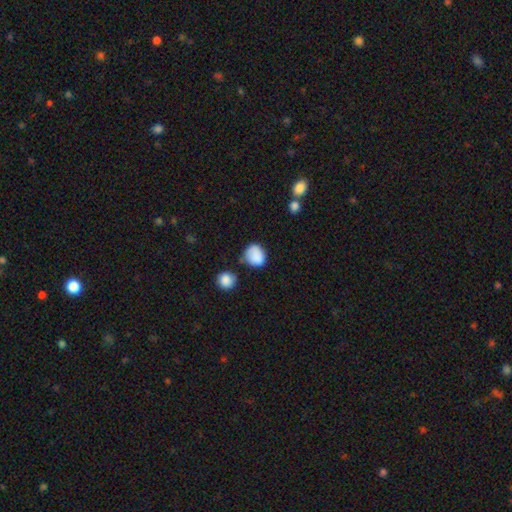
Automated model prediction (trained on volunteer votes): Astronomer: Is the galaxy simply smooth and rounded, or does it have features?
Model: smooth — 86%.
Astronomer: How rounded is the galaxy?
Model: round — 71%.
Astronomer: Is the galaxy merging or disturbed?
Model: none — 62%.